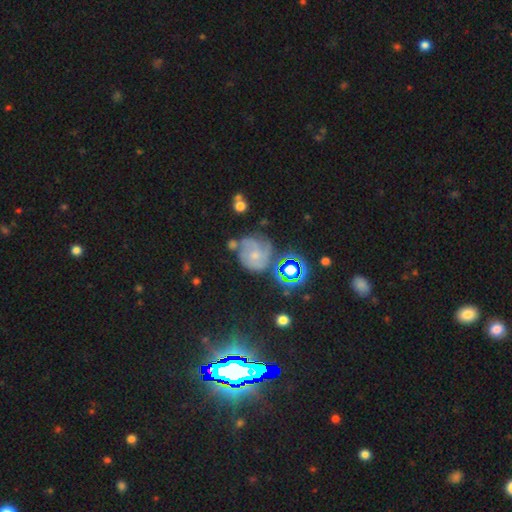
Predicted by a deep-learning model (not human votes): Overall: featured or disk (58%; smooth 23%). Edge-on disk: no (98%). Bar: no (72%). Spiral arms: yes (86%). Bulge size: small (58%; moderate 30%). Merging: none (50%; minor disturbance 24%).